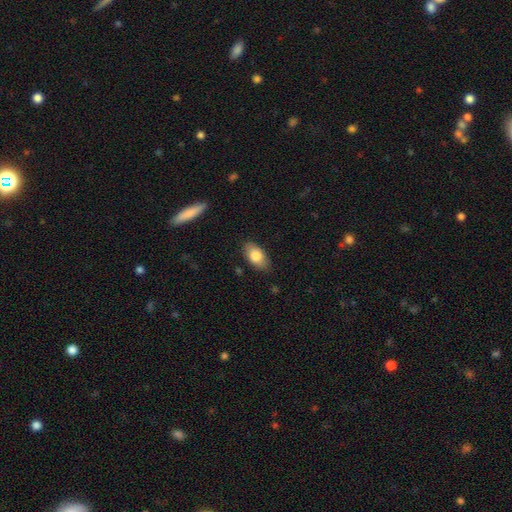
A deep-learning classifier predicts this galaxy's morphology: Smooth or featured? Predicted: smooth (p=0.81). How rounded? Predicted: in between (p=0.92). Merging? Predicted: none (p=0.84).